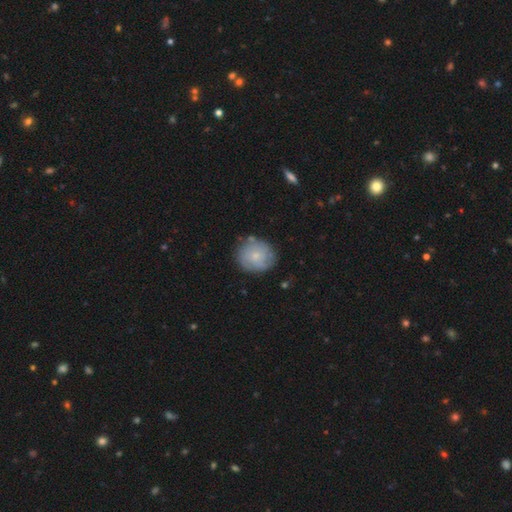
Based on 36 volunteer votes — A smooth galaxy with no disk features (67%) that is round (67%). Merging: none (86%).